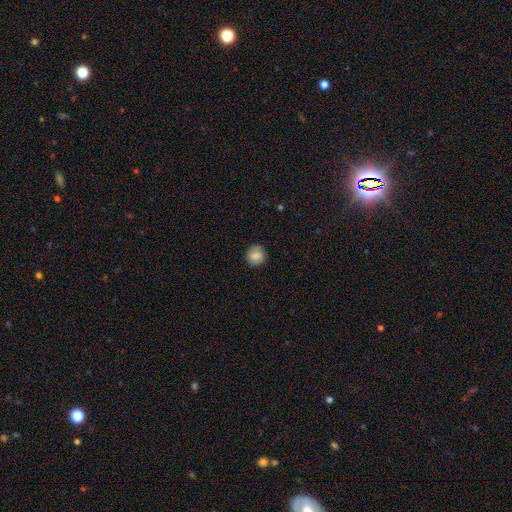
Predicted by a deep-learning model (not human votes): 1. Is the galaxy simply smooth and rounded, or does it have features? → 85% smooth, 9% star or artifact, 7% featured or disk.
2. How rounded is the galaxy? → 91% round, 8% in between, 1% cigar-shaped.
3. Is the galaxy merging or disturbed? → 89% none, 8% minor disturbance, 2% major disturbance, 1% merger.